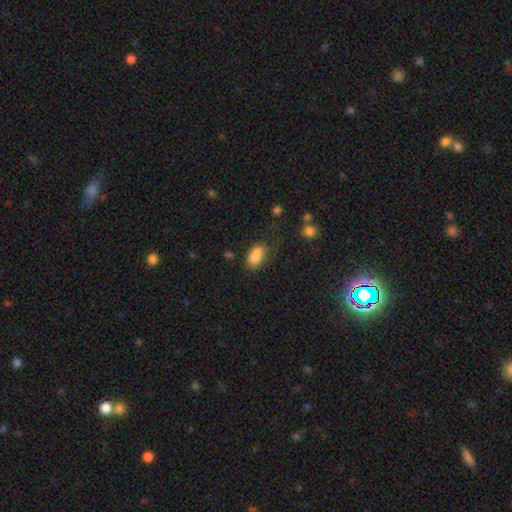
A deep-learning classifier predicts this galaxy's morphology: This appears to be a smooth galaxy with no disk features (78%) that is in between round and cigar-shaped (83%). Merging: none (39%).